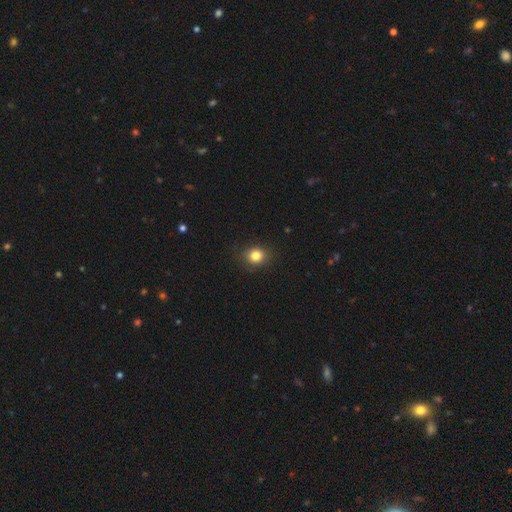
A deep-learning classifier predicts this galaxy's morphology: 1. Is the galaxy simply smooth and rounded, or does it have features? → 83% smooth, 11% star or artifact, 6% featured or disk.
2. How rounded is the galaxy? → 74% round, 25% in between, 1% cigar-shaped.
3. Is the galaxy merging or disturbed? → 87% none, 9% minor disturbance, 3% major disturbance, 1% merger.